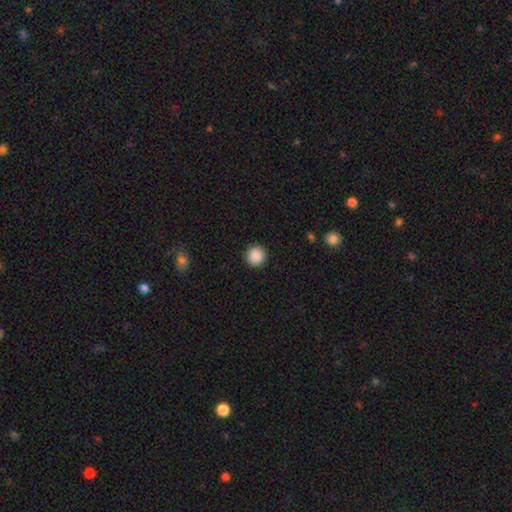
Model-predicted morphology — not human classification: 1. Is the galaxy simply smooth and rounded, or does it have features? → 89% smooth, 8% star or artifact, 3% featured or disk.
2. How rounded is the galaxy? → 95% round, 4% in between, 1% cigar-shaped.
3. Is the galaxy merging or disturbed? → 93% none, 5% minor disturbance, 2% major disturbance, 1% merger.